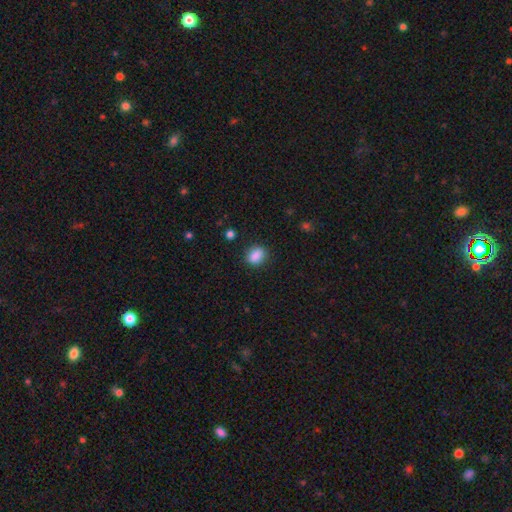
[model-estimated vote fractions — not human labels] smooth_or_featured: smooth (p=0.87) [alt: star or artifact p=0.09]
how_rounded: in between (p=0.57) [alt: round p=0.42]
merging: none (p=0.85) [alt: minor disturbance p=0.11]